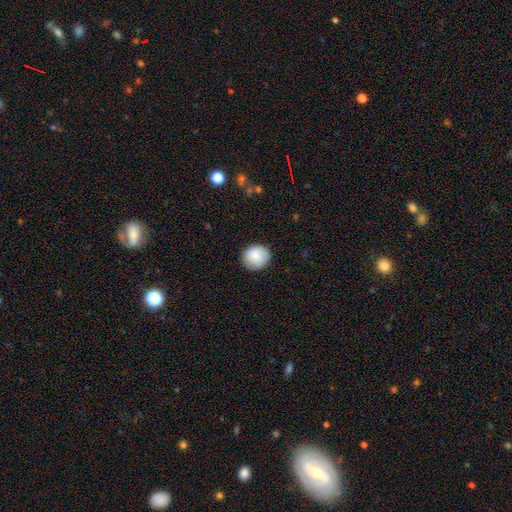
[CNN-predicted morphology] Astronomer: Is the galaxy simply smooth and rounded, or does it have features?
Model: smooth — 85%.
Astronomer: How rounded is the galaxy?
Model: round — 87%.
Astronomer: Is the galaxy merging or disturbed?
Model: none — 87%.